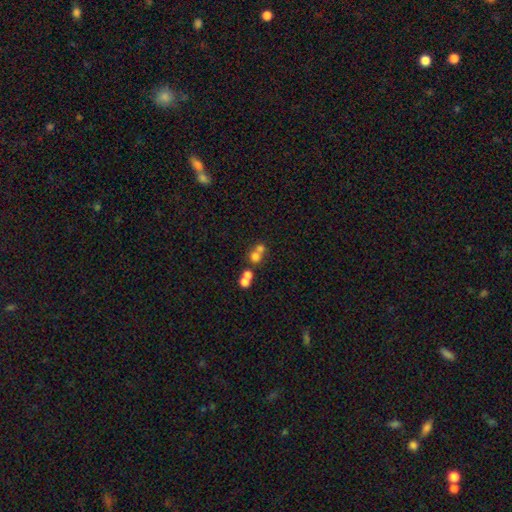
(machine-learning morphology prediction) Smooth or featured? Predicted: smooth (p=0.64). How rounded? Predicted: round (p=0.84). Merging? Predicted: merger (p=0.54).